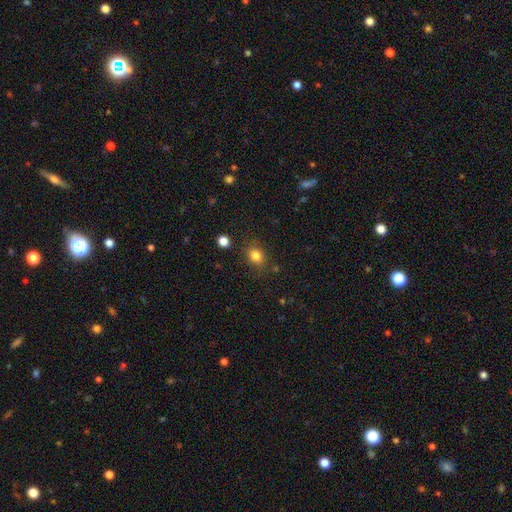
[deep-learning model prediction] Overall: smooth (83%). How rounded: round (56%; in between 43%). Merging: none (81%).